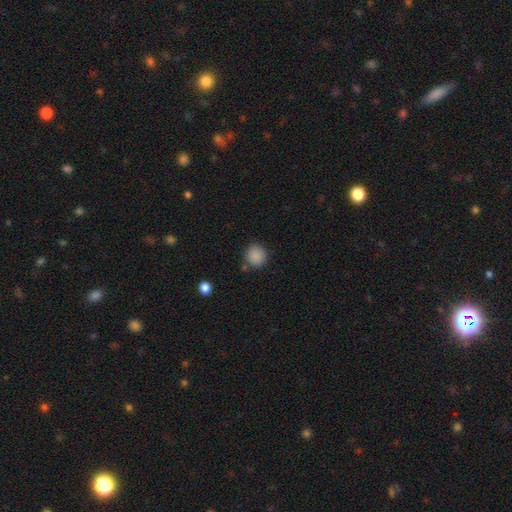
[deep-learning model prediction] This is clearly a smooth galaxy (88%). How rounded: clearly round (92%). Merging: clearly none (83%).